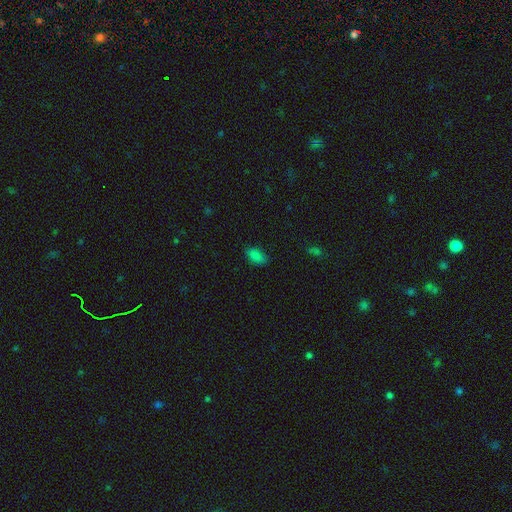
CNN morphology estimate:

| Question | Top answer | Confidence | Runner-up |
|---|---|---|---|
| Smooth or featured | smooth | 84% | star or artifact (12%) |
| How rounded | in between | 92% | round (5%) |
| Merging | none | 82% | minor disturbance (14%) |